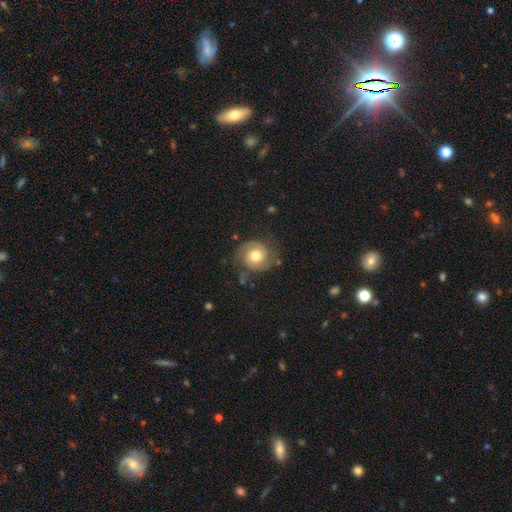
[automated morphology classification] A featured or disk galaxy (59%) with no bar (75%), spiral arms (86%) and a moderate central bulge (69%).

Vote fractions:
- Smooth or featured? featured or disk: 59% / smooth: 34% / star or artifact: 8%
- Edge-on disk? no: 98% / yes: 2%
- Bar? no: 75% / weak: 21% / strong: 4%
- Spiral arms? yes: 86% / no: 14%
- Bulge size? moderate: 69% / large: 19% / small: 9% / dominant: 2% / none: 1%
- Merging? none: 69% / minor disturbance: 19% / major disturbance: 10% / merger: 2%